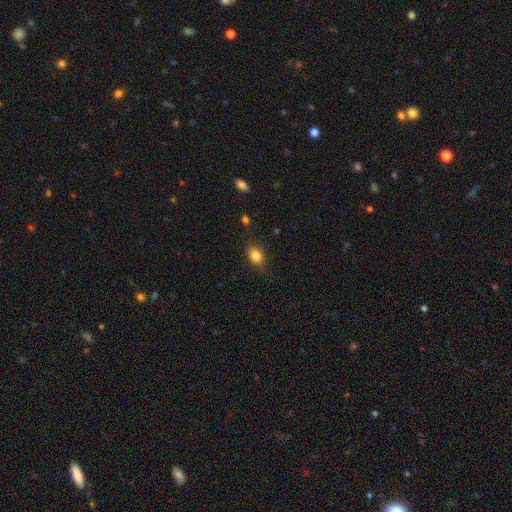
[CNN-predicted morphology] Smooth or featured? smooth (81%)
How rounded? in between (64%)
Merging? none (78%)